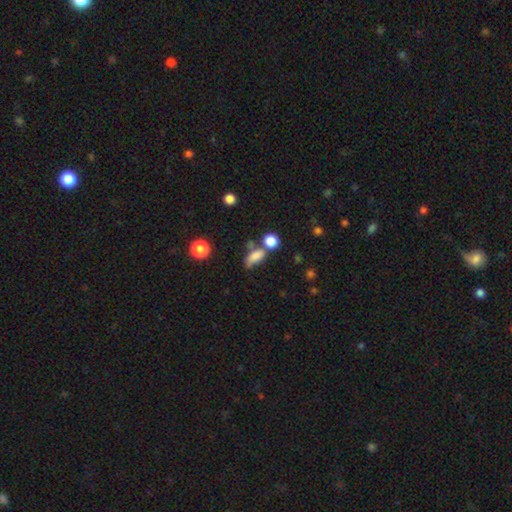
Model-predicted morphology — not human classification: Smooth or featured? smooth (78%)
How rounded? in between (76%)
Merging? none (38%)